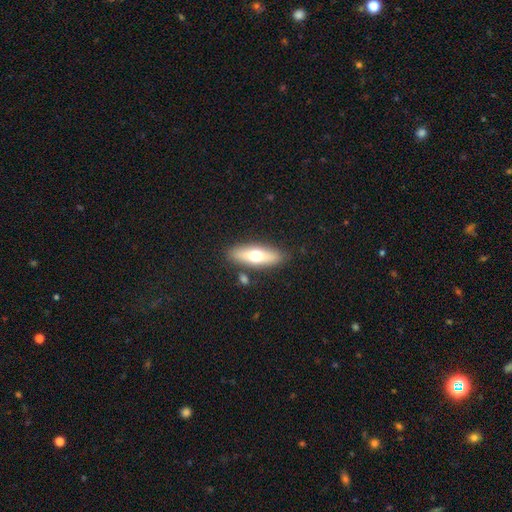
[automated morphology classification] A smooth galaxy with no disk features (59%) that is in between round and cigar-shaped (53%). Merging: none (83%).